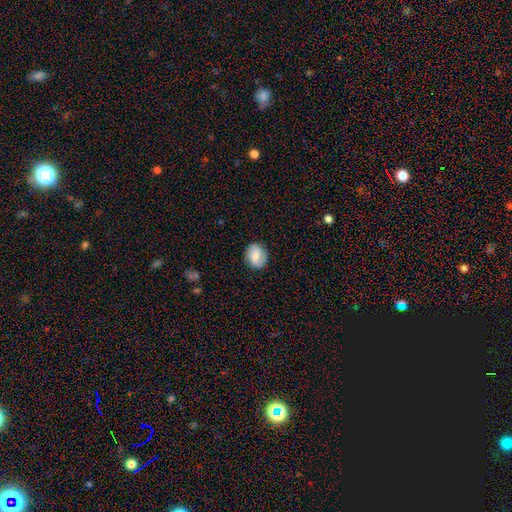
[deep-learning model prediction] This is likely a smooth galaxy (67%). How rounded: likely round (61%). Merging: clearly none (85%).